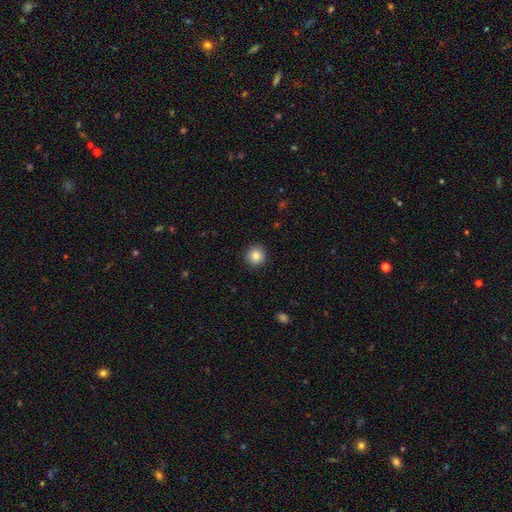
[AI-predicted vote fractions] Smooth or featured?
  - smooth: 84% *
  - star or artifact: 10%
  - featured or disk: 7%
How rounded?
  - round: 94% *
  - in between: 5%
  - cigar-shaped: 1%
Merging?
  - none: 91% *
  - minor disturbance: 6%
  - major disturbance: 2%
  - merger: 1%